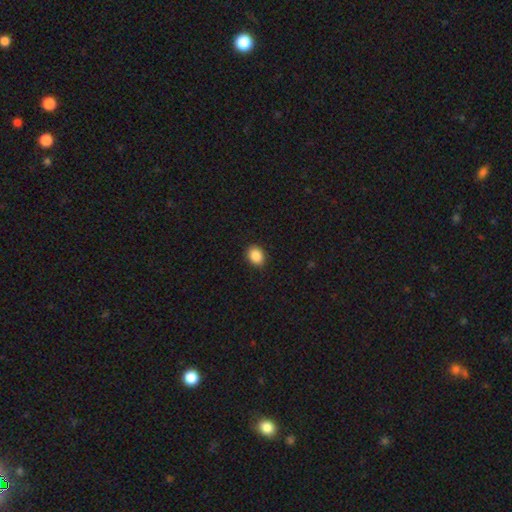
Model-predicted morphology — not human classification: A smooth galaxy with no disk features (89%) that is in between round and cigar-shaped (56%).

Vote fractions:
- Smooth or featured? smooth: 89% / star or artifact: 8% / featured or disk: 3%
- How rounded? in between: 56% / round: 43% / cigar-shaped: 1%
- Merging? none: 90% / minor disturbance: 7% / major disturbance: 2% / merger: 1%